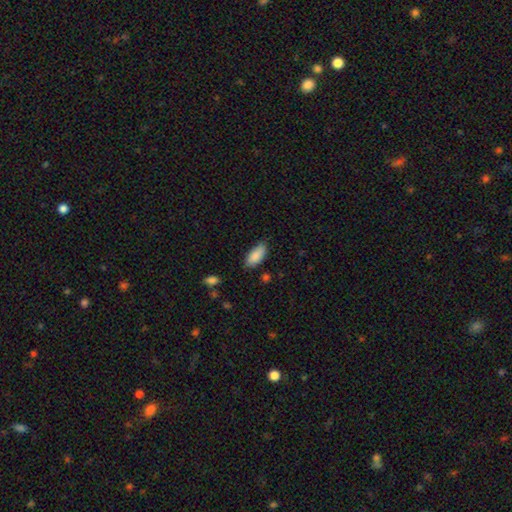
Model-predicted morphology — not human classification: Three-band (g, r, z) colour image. It shows a smooth galaxy with no disk features (88%) that is in between round and cigar-shaped (90%). Merging: none (77%).